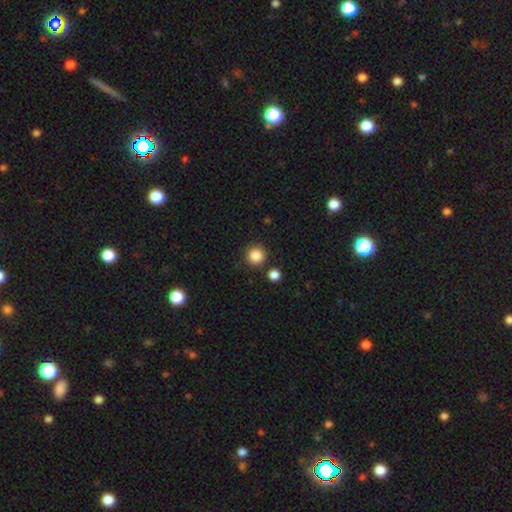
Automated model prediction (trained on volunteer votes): Q: Smooth or featured?
A: smooth (86%); runner-up: star or artifact (11%)
Q: How rounded?
A: round (94%); runner-up: in between (5%)
Q: Merging?
A: none (87%); runner-up: minor disturbance (6%)